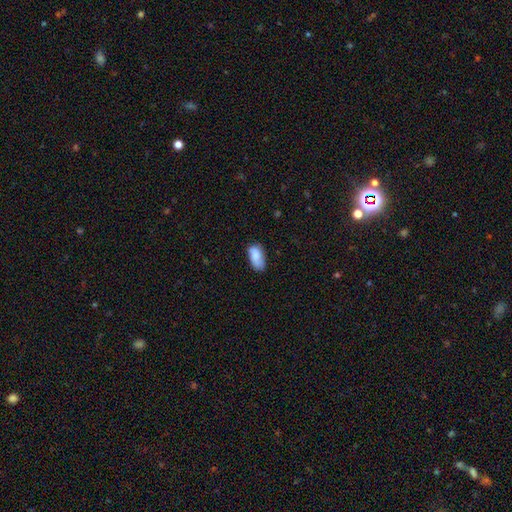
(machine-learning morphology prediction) Smooth or featured? Predicted: smooth (p=0.84). How rounded? Predicted: in between (p=0.92). Merging? Predicted: none (p=0.64).